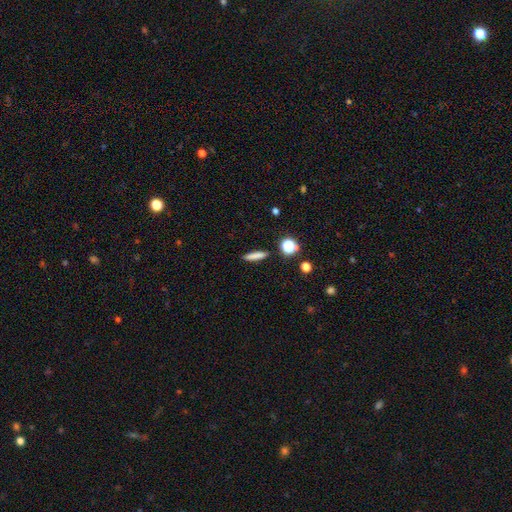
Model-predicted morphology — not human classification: smooth-or-featured: smooth: 78% | featured or disk: 11% | star or artifact: 10%
  how-rounded: cigar-shaped: 84% | in between: 12% | round: 5%
  merging: none: 89% | minor disturbance: 7% | merger: 2% | major disturbance: 2%